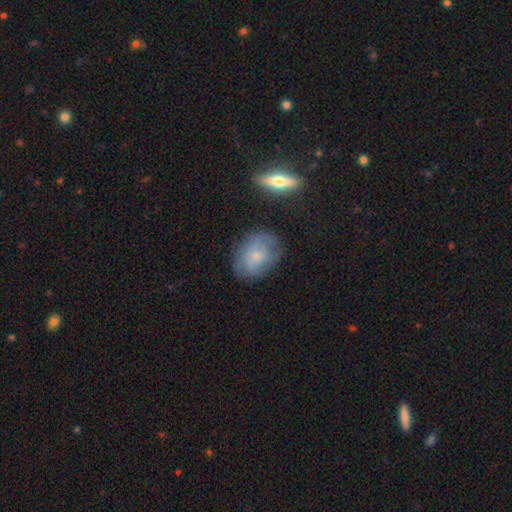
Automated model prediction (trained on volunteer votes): Q: Smooth or featured?
A: smooth (56%); runner-up: featured or disk (36%)
Q: How rounded?
A: in between (69%); runner-up: round (29%)
Q: Merging?
A: none (64%); runner-up: minor disturbance (25%)